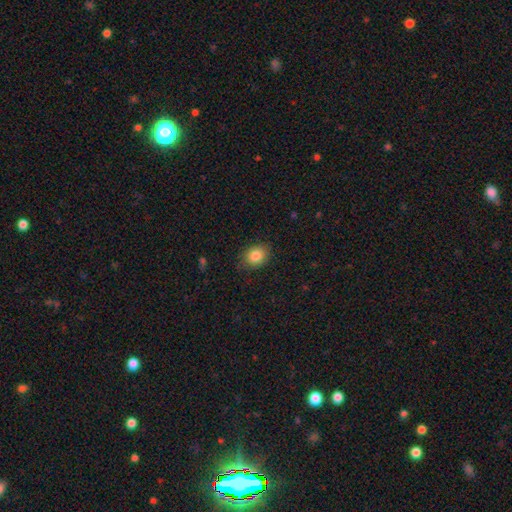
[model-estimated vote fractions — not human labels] This appears to be a smooth galaxy with no disk features (84%) that is in between round and cigar-shaped (53%). Merging: none (82%).